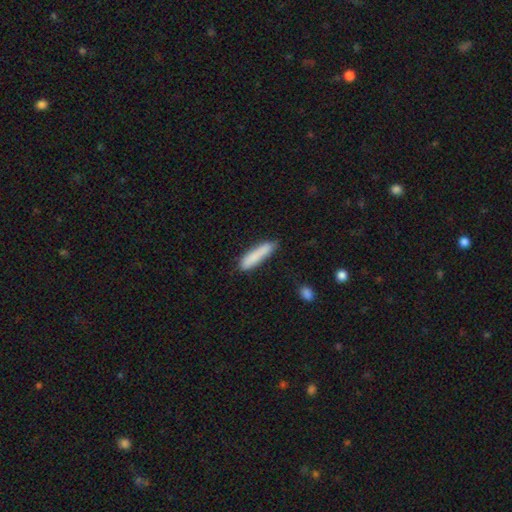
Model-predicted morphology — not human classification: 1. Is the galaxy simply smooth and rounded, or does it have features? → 84% smooth, 10% featured or disk, 6% star or artifact.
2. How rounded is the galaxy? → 84% cigar-shaped, 15% in between, 1% round.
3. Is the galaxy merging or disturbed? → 78% none, 16% minor disturbance, 3% major disturbance, 2% merger.